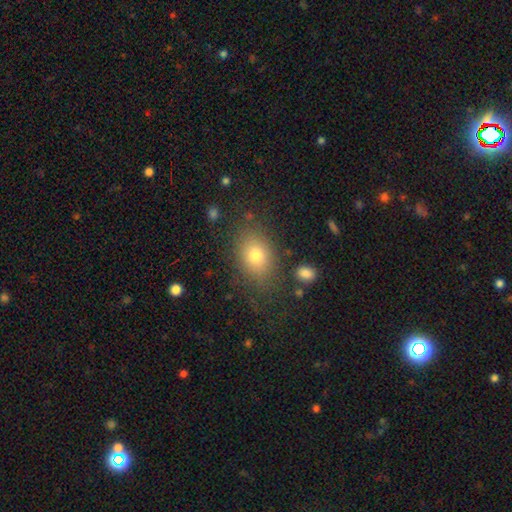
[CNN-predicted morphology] type=smooth (76%); roundness=in between (71%); merging=none (77%).